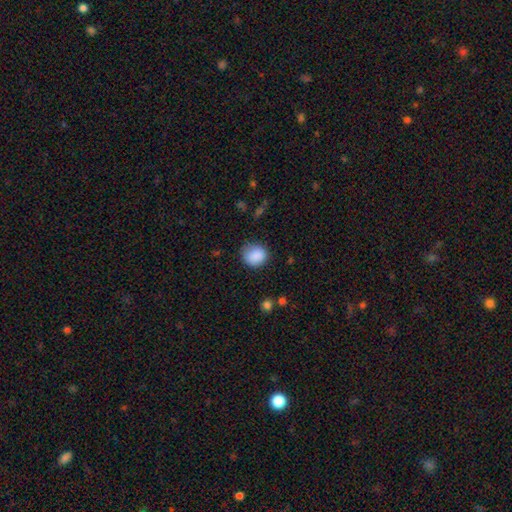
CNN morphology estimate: Overall: smooth (88%). How rounded: round (78%). Merging: none (76%).